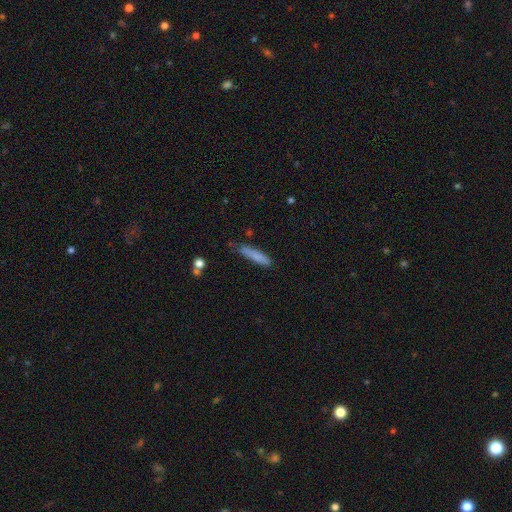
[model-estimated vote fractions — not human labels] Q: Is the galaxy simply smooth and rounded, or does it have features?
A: smooth — 82%.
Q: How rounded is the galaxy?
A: cigar-shaped — 86%.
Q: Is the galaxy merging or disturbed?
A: none — 74%.